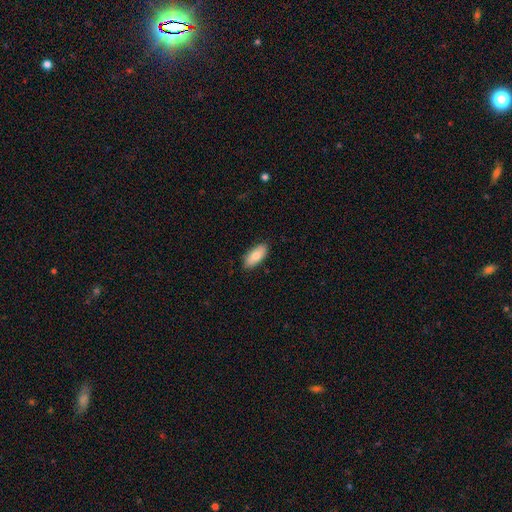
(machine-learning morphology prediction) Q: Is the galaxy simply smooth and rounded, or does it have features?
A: smooth — 80%.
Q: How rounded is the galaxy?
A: in between — 86%.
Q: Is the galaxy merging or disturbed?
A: none — 87%.